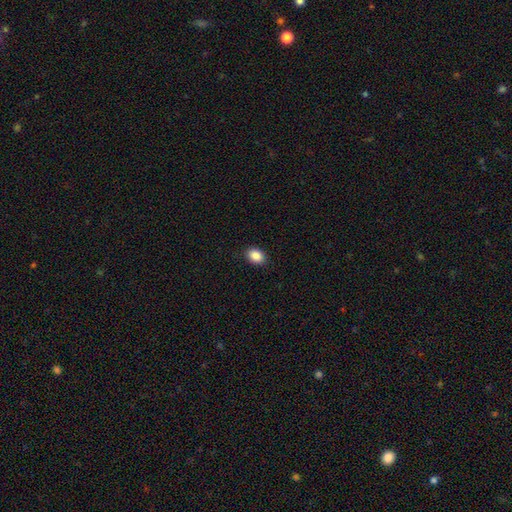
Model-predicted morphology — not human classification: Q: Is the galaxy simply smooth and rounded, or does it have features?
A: smooth — 88%.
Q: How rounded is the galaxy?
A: in between — 75%.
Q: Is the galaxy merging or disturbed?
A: none — 90%.